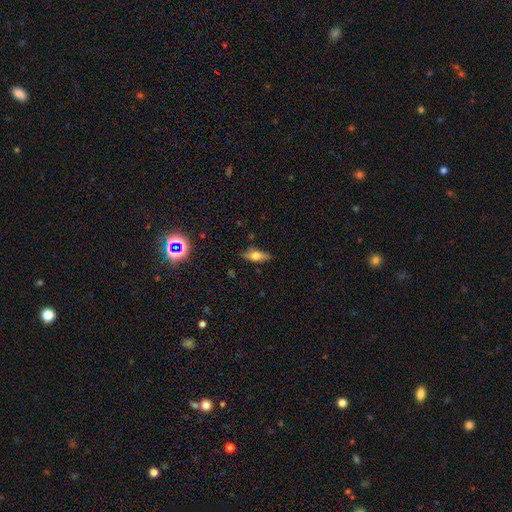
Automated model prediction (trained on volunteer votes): Morphology: type=smooth (57%); roundness=in between (60%); merging=none (80%).